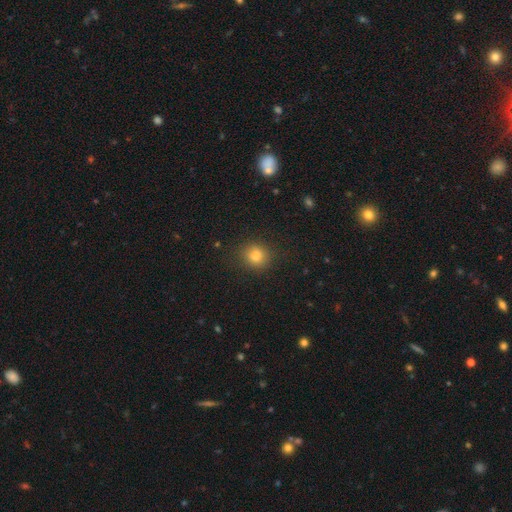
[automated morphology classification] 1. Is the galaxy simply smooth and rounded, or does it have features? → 81% smooth, 13% star or artifact, 6% featured or disk.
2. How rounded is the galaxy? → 81% round, 18% in between, 1% cigar-shaped.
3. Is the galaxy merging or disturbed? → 87% none, 9% minor disturbance, 3% major disturbance, 1% merger.